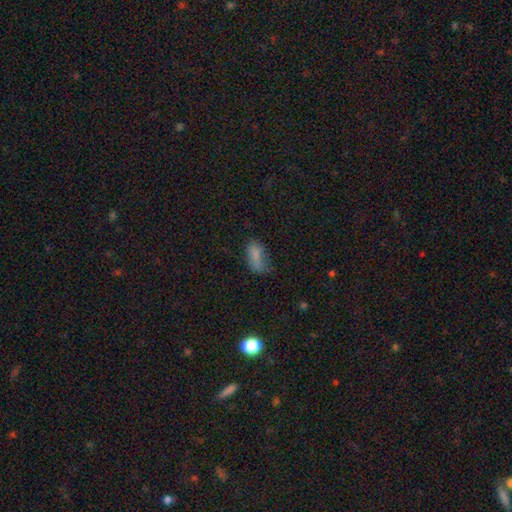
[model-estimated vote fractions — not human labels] Smooth or featured: smooth — 74% (star or artifact — 13%)
How rounded: in between — 87% (cigar-shaped — 8%)
Merging: none — 43% (minor disturbance — 31%)